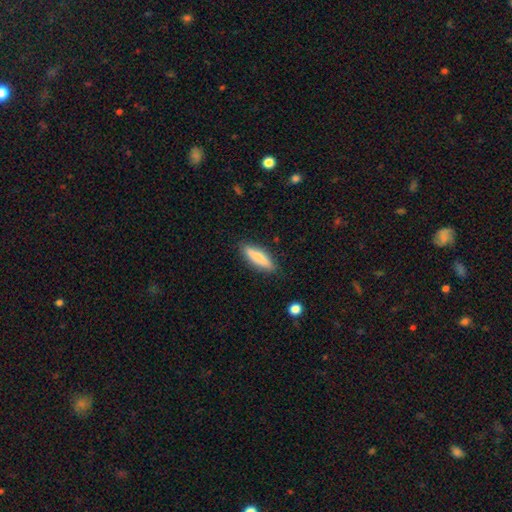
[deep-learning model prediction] Morphology: type=smooth (74%); roundness=cigar-shaped (62%); merging=none (87%).